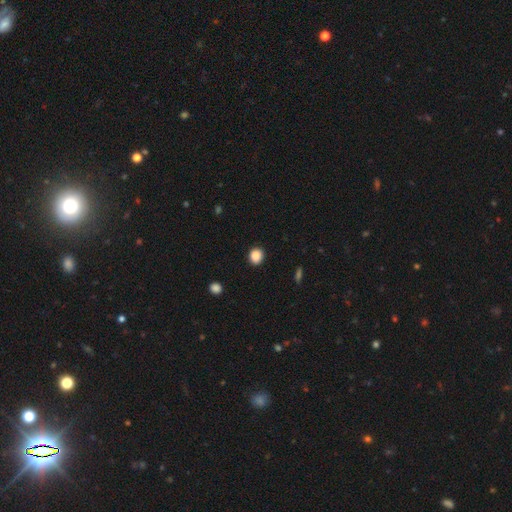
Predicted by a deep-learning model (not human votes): Smooth or featured: smooth — 88% (star or artifact — 9%)
How rounded: round — 78% (in between — 21%)
Merging: none — 90% (minor disturbance — 7%)